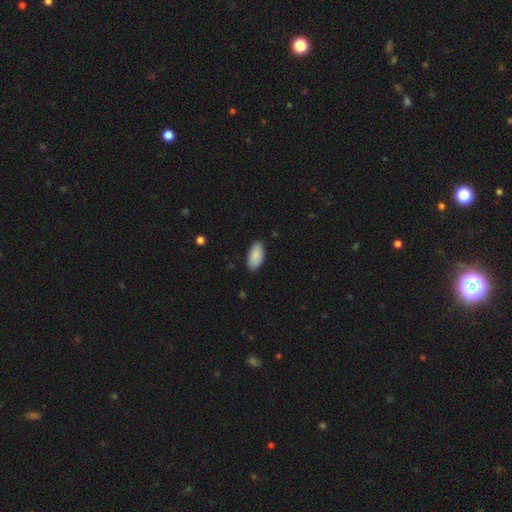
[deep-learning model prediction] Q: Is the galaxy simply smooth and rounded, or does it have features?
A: smooth — 89%.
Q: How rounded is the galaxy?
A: in between — 93%.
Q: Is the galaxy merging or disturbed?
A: none — 85%.